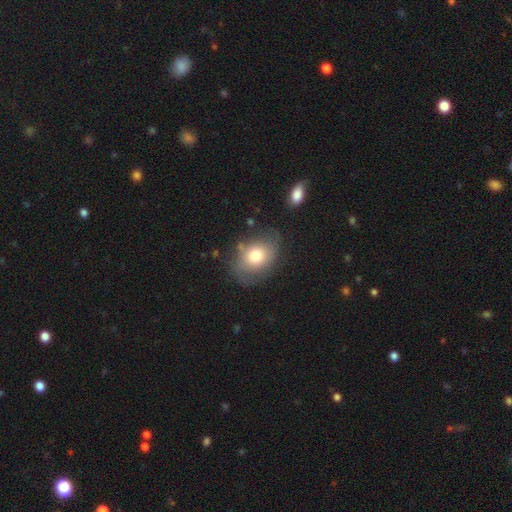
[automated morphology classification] This is likely a smooth galaxy (71%). How rounded: likely in between (65%). Merging: likely none (63%).